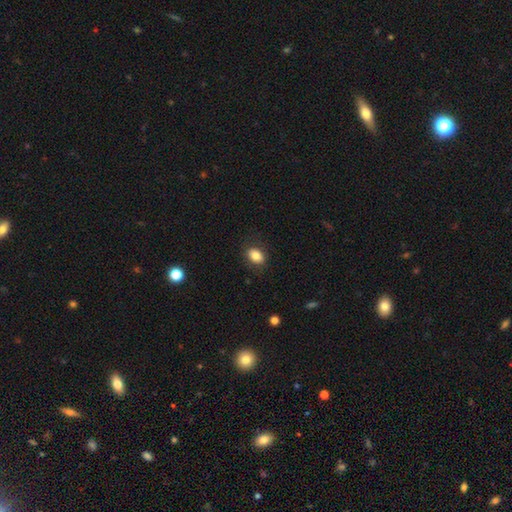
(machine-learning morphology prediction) The model was most divided on "how rounded": in between: 79%, round: 20%, cigar-shaped: 1%. More confident: merging — none (83%); smooth or featured — smooth (83%).